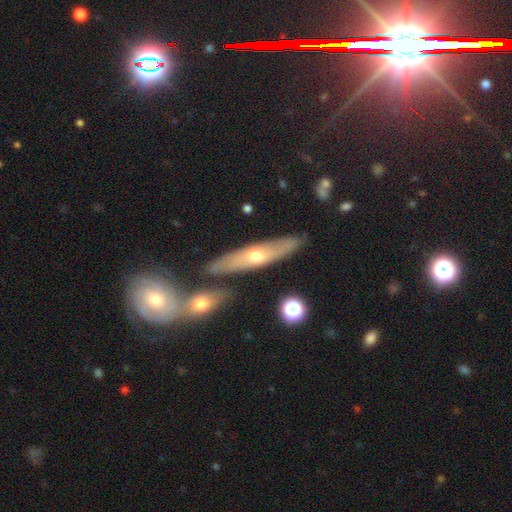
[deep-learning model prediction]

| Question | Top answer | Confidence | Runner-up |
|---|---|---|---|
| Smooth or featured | featured or disk | 53% | smooth (41%) |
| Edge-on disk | yes | 70% | no (30%) |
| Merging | none | 81% | minor disturbance (11%) |